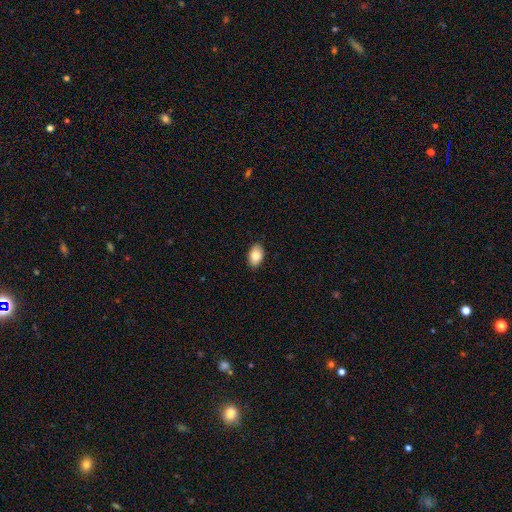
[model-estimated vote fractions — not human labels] Q: Smooth or featured?
A: smooth (86%); runner-up: star or artifact (7%)
Q: How rounded?
A: in between (90%); runner-up: round (9%)
Q: Merging?
A: none (88%); runner-up: minor disturbance (9%)